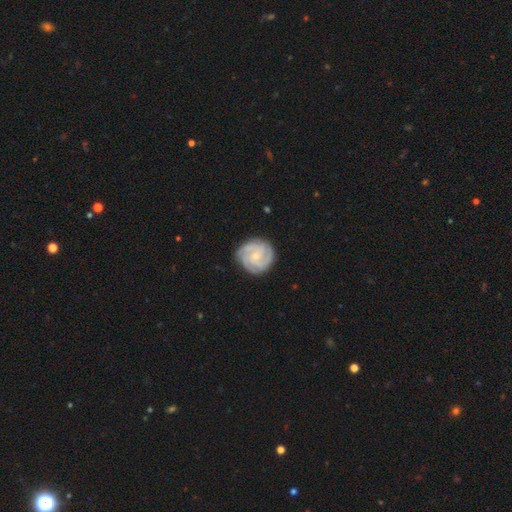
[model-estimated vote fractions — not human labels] featured or disk 82%, smooth 13%, star or artifact 5%. Down the decision tree: edge-on disk — no (98%); bar — no (66%); spiral arms — yes (97%); spiral arm count — 3 (44%); spiral winding — tight (67%); bulge size — small (65%); merging — none (83%).